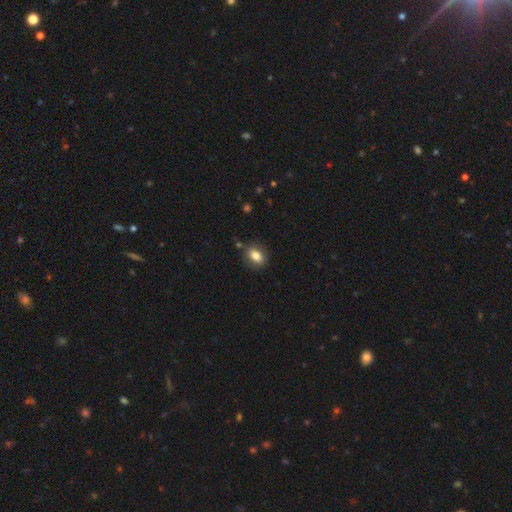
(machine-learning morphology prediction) Smooth or featured? Predicted: smooth (p=0.82). How rounded? Predicted: in between (p=0.77). Merging? Predicted: none (p=0.81).